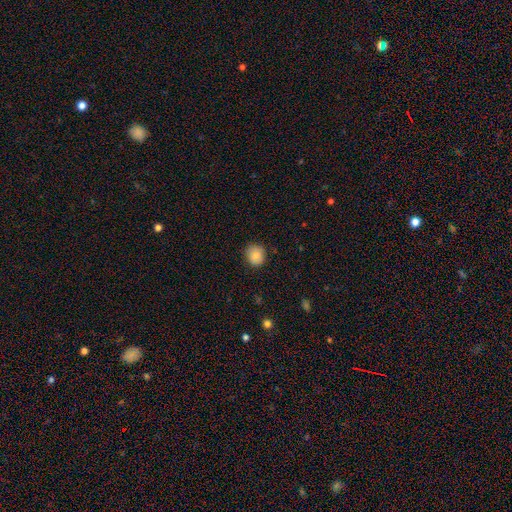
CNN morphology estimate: This is clearly a smooth galaxy (86%). How rounded: likely round (79%). Merging: clearly none (84%).